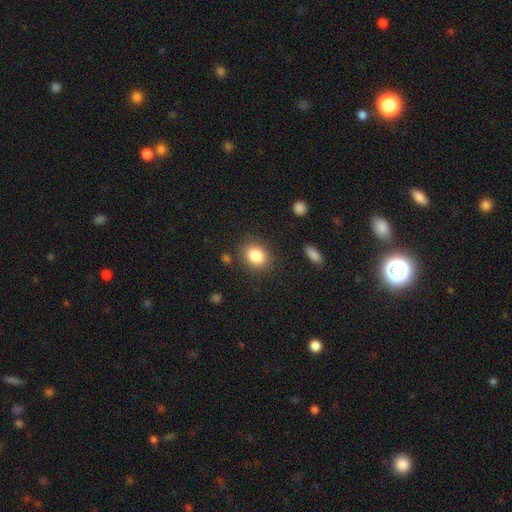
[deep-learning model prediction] Smooth or featured? smooth (84%)
How rounded? round (52%)
Merging? none (84%)